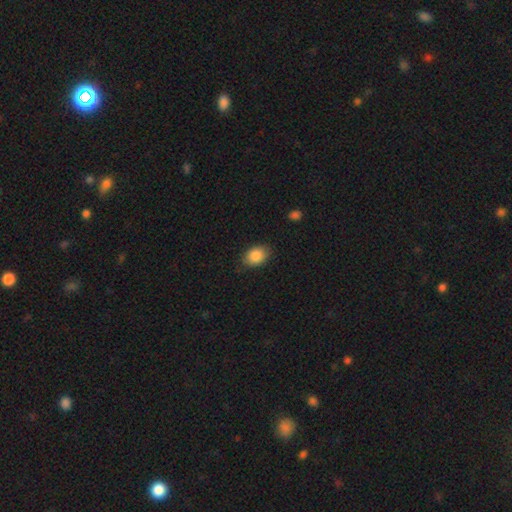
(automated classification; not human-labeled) Smooth or featured? smooth (87%)
How rounded? in between (79%)
Merging? none (82%)